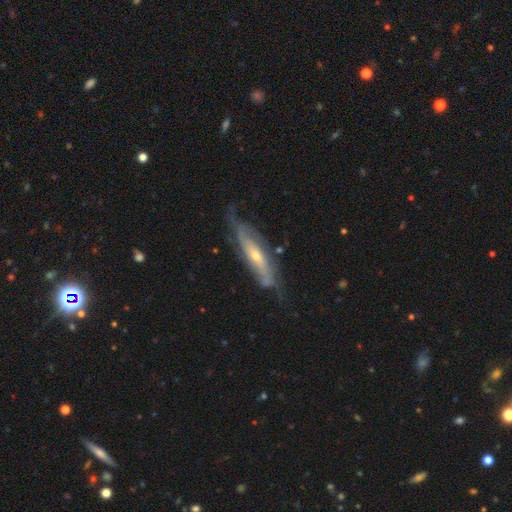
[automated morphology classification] featured or disk 76%, smooth 19%, star or artifact 6%. Down the decision tree: edge-on disk — no (56%); merging — none (60%).